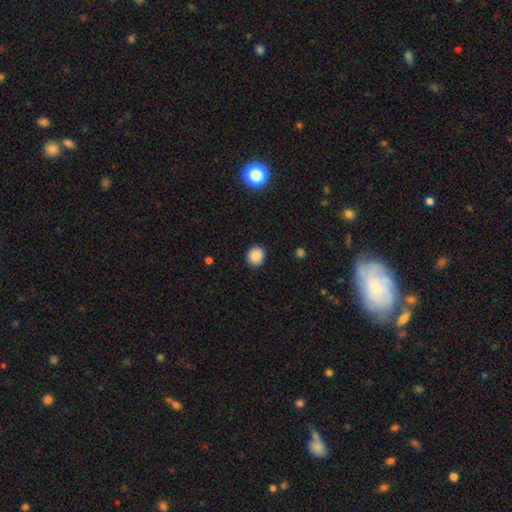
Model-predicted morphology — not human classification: smooth-or-featured: smooth: 87% | star or artifact: 10% | featured or disk: 3%
  how-rounded: round: 86% | in between: 13% | cigar-shaped: 1%
  merging: none: 90% | minor disturbance: 7% | major disturbance: 2% | merger: 1%